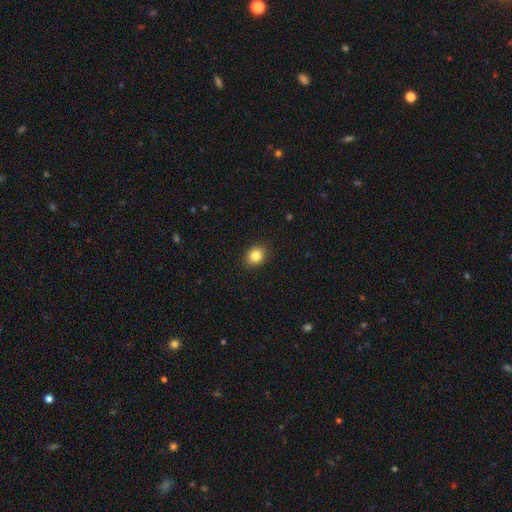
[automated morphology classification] This is clearly a smooth galaxy (84%). How rounded: possibly round (59%). Merging: clearly none (90%).